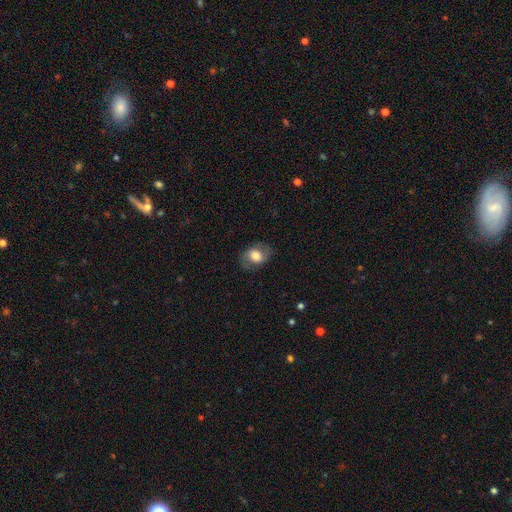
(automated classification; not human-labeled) Smooth or featured? Predicted: smooth (p=0.62). How rounded? Predicted: in between (p=0.71). Merging? Predicted: none (p=0.76).